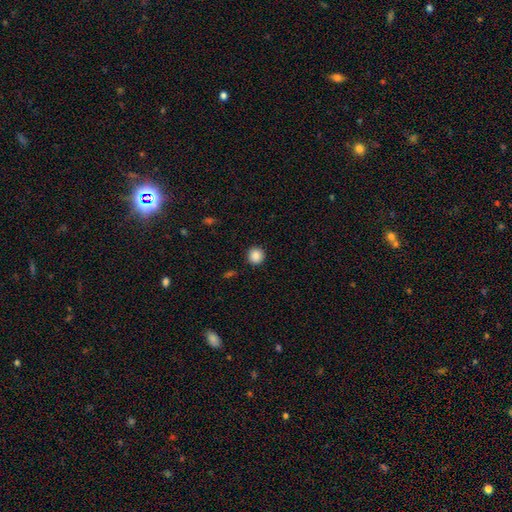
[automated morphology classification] Q: Smooth or featured?
A: smooth (87%); runner-up: star or artifact (9%)
Q: How rounded?
A: round (93%); runner-up: in between (6%)
Q: Merging?
A: none (91%); runner-up: minor disturbance (5%)